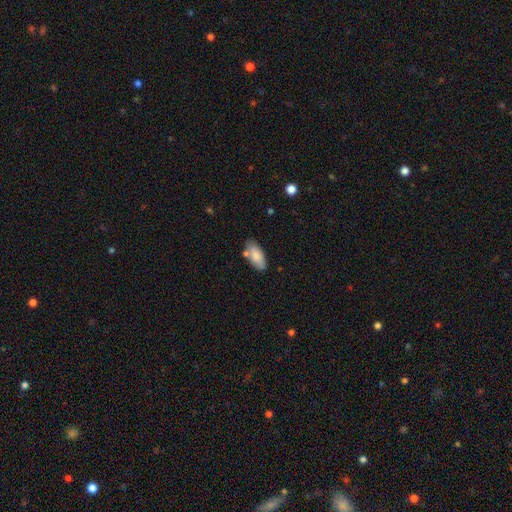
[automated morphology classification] This appears to be a smooth galaxy with no disk features (82%) that is in between round and cigar-shaped (87%). Merging: none (71%).